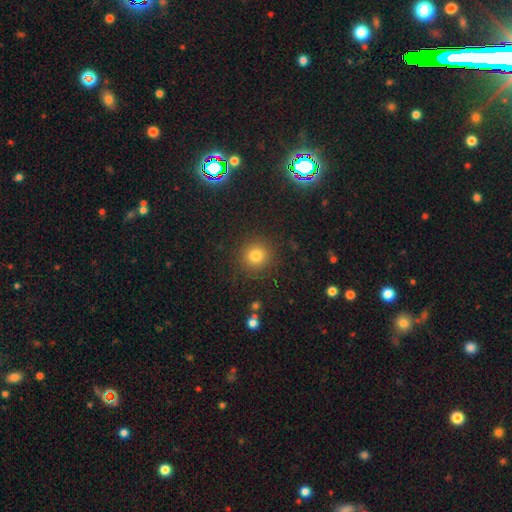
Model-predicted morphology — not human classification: Smooth or featured? Predicted: smooth (p=0.79). How rounded? Predicted: round (p=0.91). Merging? Predicted: none (p=0.88).